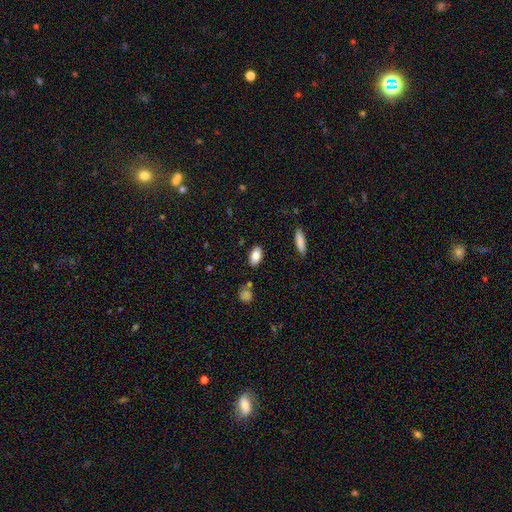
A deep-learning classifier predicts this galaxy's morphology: Smooth or featured? smooth (83%)
How rounded? in between (91%)
Merging? none (84%)